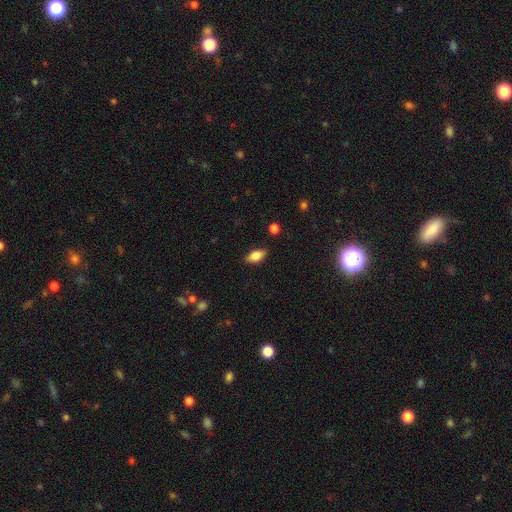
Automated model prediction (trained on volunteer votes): Smooth or featured?
  - smooth: 80% *
  - featured or disk: 12%
  - star or artifact: 8%
How rounded?
  - in between: 89% *
  - cigar-shaped: 7%
  - round: 4%
Merging?
  - none: 86% *
  - minor disturbance: 11%
  - major disturbance: 2%
  - merger: 1%